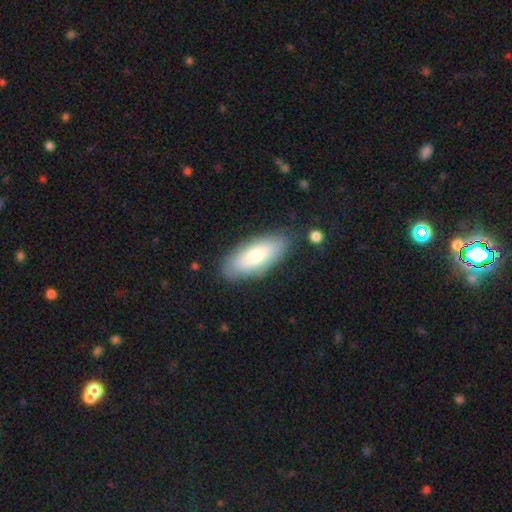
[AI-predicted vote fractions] smooth_or_featured: smooth (p=0.71) [alt: featured or disk p=0.23]
how_rounded: in between (p=0.81) [alt: cigar-shaped p=0.17]
merging: none (p=0.81) [alt: minor disturbance p=0.13]